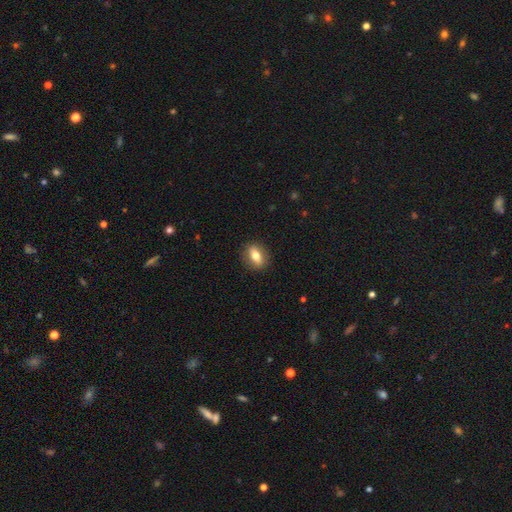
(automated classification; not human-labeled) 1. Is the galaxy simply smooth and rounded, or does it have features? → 69% smooth, 23% featured or disk, 8% star or artifact.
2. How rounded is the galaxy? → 70% in between, 23% round, 8% cigar-shaped.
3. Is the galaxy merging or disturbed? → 88% none, 8% minor disturbance, 2% major disturbance, 1% merger.